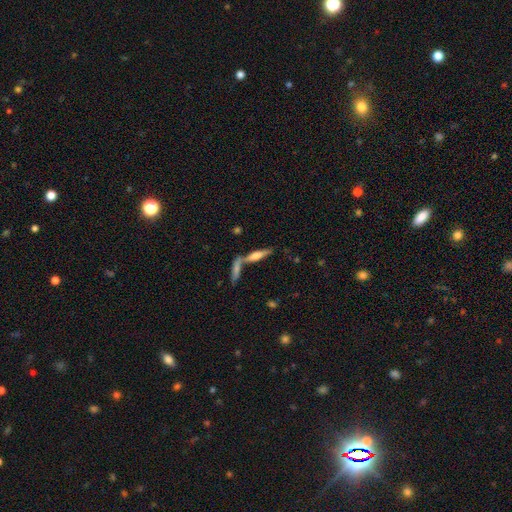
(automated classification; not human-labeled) The model was most divided on "smooth or featured" (2-way tie): smooth: 46%, featured or disk: 46%, star or artifact: 8%. More confident: merging — none (52%).